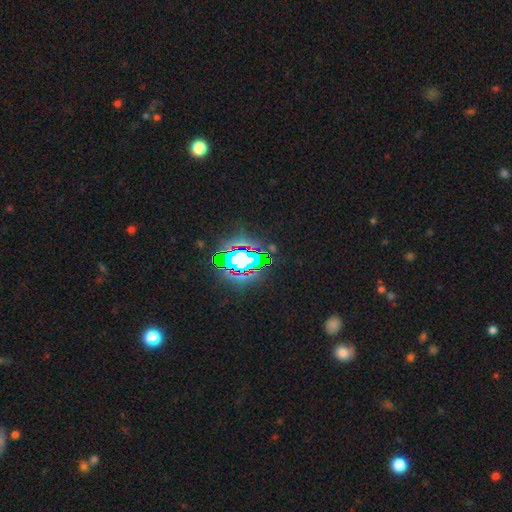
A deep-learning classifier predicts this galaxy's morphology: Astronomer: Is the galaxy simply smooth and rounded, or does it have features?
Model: star or artifact — 82%.